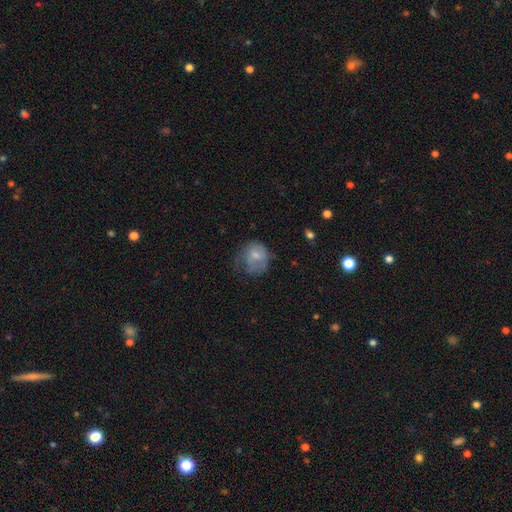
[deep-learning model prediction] Morphology: type=smooth (65%); roundness=round (66%); merging=none (35%).